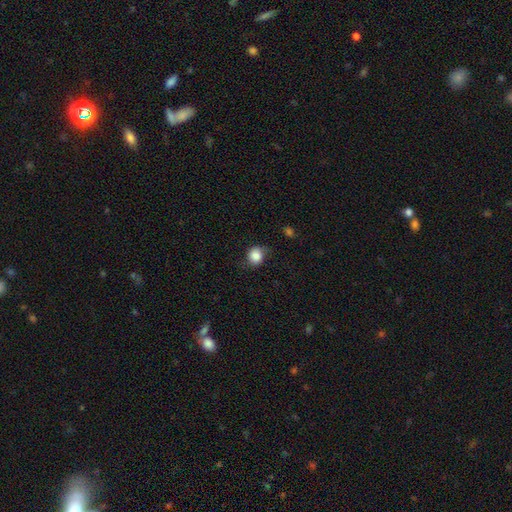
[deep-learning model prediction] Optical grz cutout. It shows a smooth galaxy with no disk features (84%) that is round (69%). Merging: none (68%).